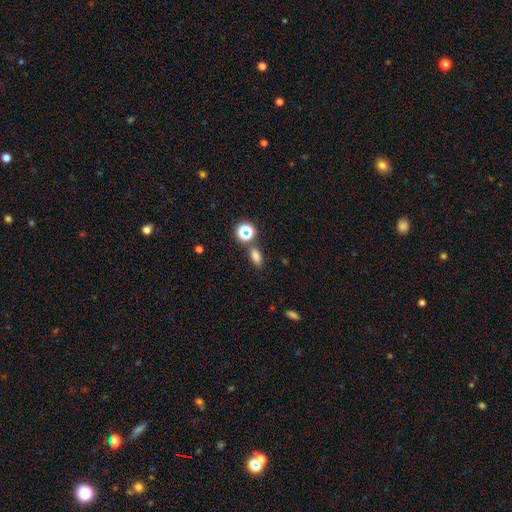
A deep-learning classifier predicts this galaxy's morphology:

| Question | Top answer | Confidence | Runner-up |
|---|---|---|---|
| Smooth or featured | smooth | 73% | star or artifact (20%) |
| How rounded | in between | 79% | round (16%) |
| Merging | none | 77% | minor disturbance (10%) |